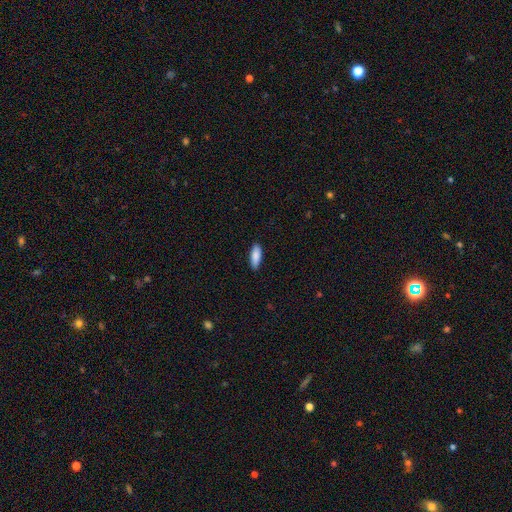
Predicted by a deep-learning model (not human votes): smooth 87%, featured or disk 7%, star or artifact 6%. Down the decision tree: how rounded — in between (66%); merging — none (87%).